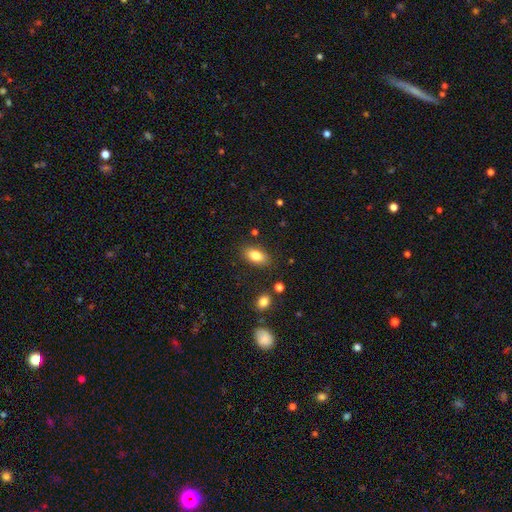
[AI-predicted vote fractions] smooth_or_featured: smooth (p=0.82) [alt: featured or disk p=0.09]
how_rounded: in between (p=0.89) [alt: round p=0.07]
merging: none (p=0.84) [alt: minor disturbance p=0.11]